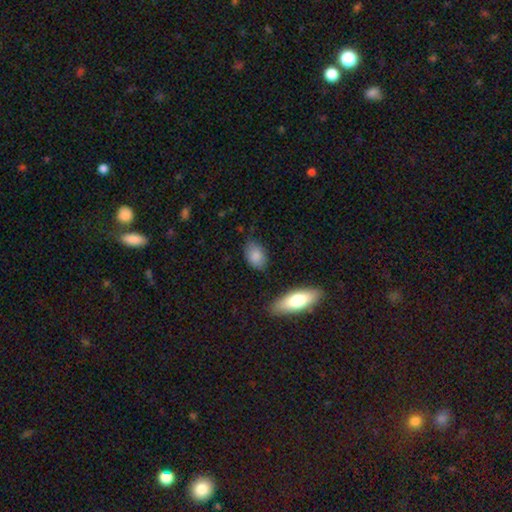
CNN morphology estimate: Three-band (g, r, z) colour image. It shows a smooth galaxy with no disk features (85%) that is in between round and cigar-shaped (85%). Merging: none (72%).